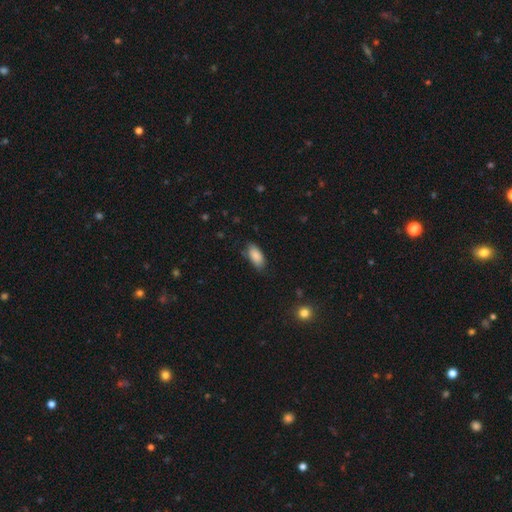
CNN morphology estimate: Smooth or featured? Predicted: smooth (p=0.87). How rounded? Predicted: in between (p=0.90). Merging? Predicted: none (p=0.75).